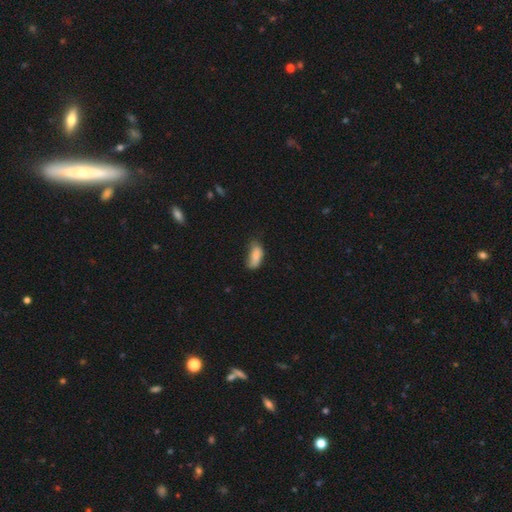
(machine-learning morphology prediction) smooth_or_featured: smooth (p=0.82) [alt: featured or disk p=0.09]
how_rounded: in between (p=0.85) [alt: cigar-shaped p=0.13]
merging: none (p=0.42) [alt: minor disturbance p=0.39]